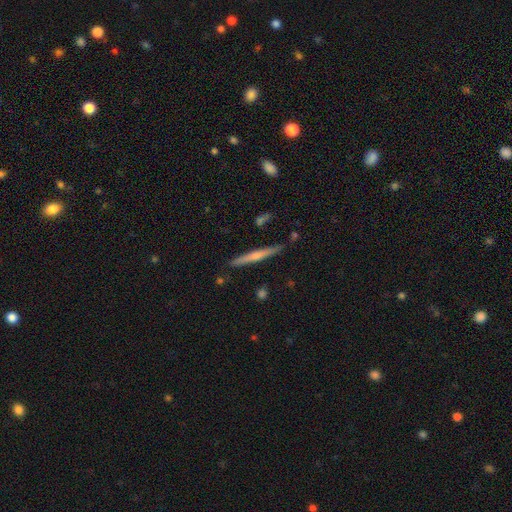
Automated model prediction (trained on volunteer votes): Morphology: type=featured or disk (67%); edge-on=yes (97%); edge-on bulge=rounded (71%); merging=none (88%).